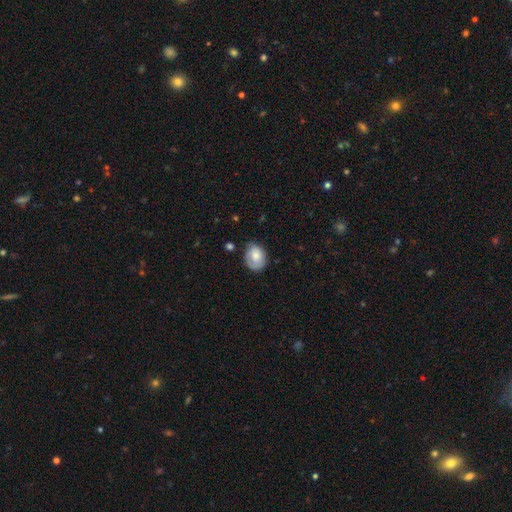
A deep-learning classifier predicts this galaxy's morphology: smooth 74%, featured or disk 18%, star or artifact 7%. Down the decision tree: how rounded — in between (63%); merging — none (62%).